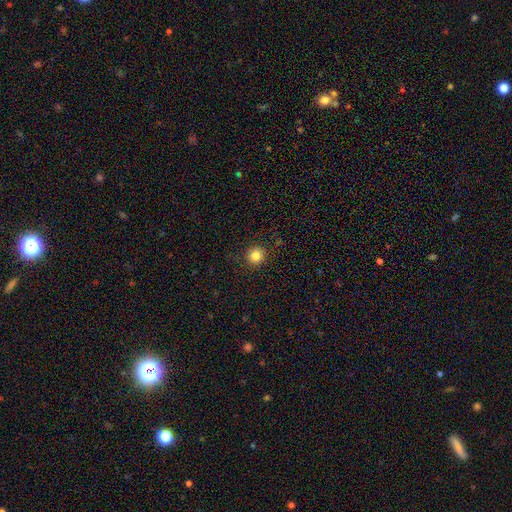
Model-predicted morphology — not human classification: Q: Smooth or featured?
A: smooth (83%); runner-up: star or artifact (12%)
Q: How rounded?
A: round (92%); runner-up: in between (7%)
Q: Merging?
A: none (91%); runner-up: minor disturbance (6%)